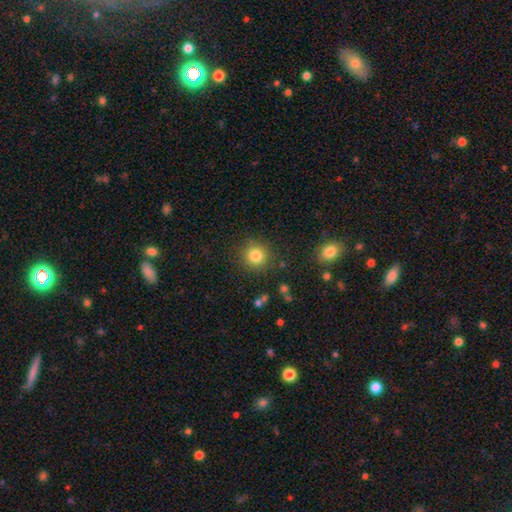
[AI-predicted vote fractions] A smooth galaxy with no disk features (82%) that is round (94%).

Vote fractions:
- Smooth or featured? smooth: 82% / star or artifact: 12% / featured or disk: 6%
- How rounded? round: 94% / in between: 5% / cigar-shaped: 1%
- Merging? none: 87% / minor disturbance: 8% / major disturbance: 3% / merger: 2%